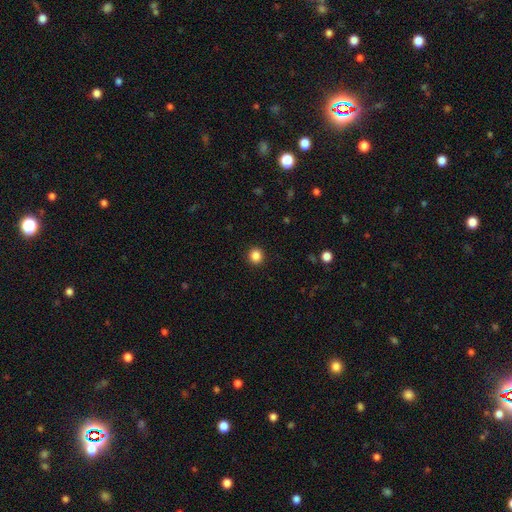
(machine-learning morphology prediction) This is clearly a smooth galaxy (86%). How rounded: clearly round (91%). Merging: clearly none (93%).